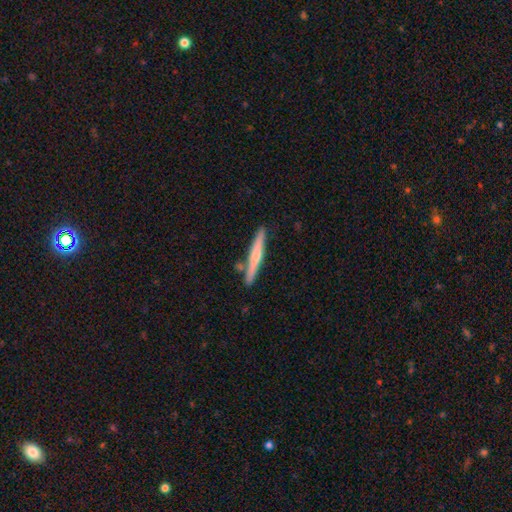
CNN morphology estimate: A smooth galaxy with no disk features (51%) that is cigar-shaped (95%). Merging: none (82%).